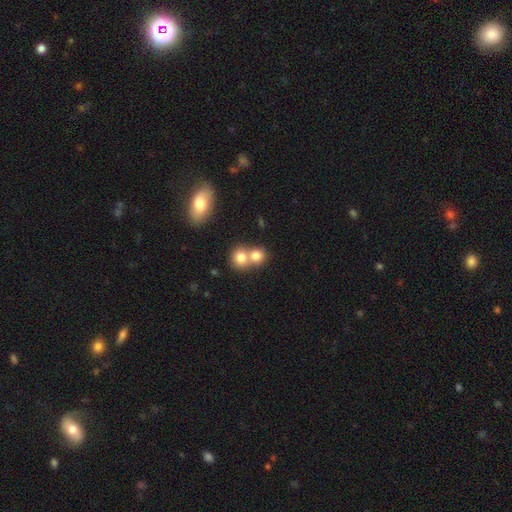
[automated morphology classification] smooth-or-featured: smooth: 78% | featured or disk: 12% | star or artifact: 11%
  how-rounded: round: 78% | in between: 21% | cigar-shaped: 1%
  merging: merger: 59% | none: 33% | minor disturbance: 5% | major disturbance: 2%